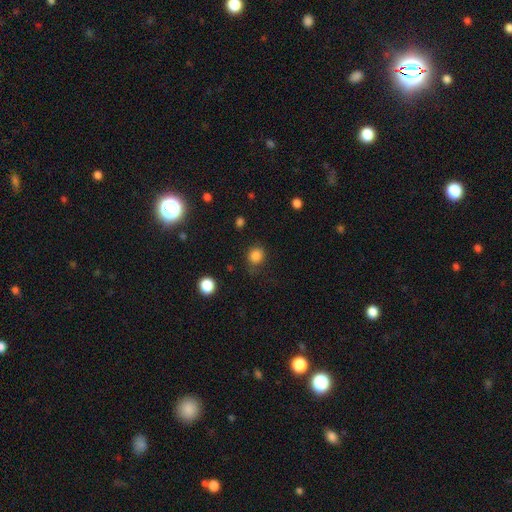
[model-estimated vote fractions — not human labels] Smooth or featured? smooth (84%)
How rounded? round (83%)
Merging? none (76%)